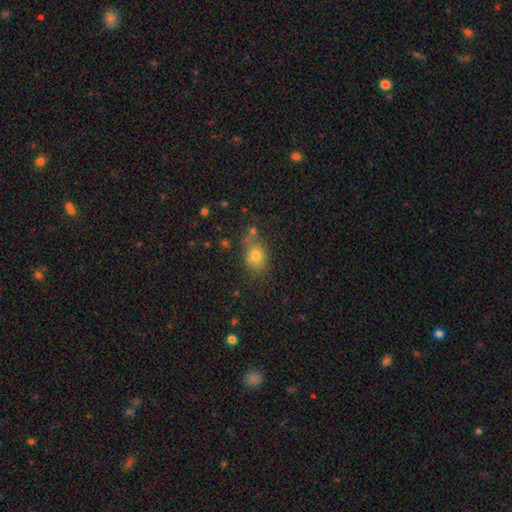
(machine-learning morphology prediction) This is likely a smooth galaxy (74%). How rounded: possibly in between (54%). Merging: likely none (62%).